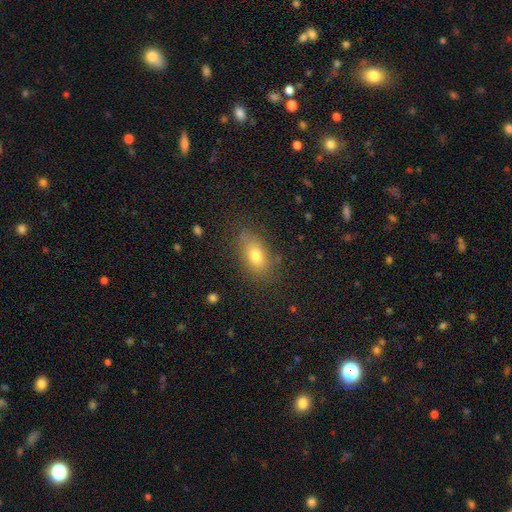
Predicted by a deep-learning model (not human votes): This appears to be a smooth galaxy with no disk features (76%) that is in between round and cigar-shaped (84%). Merging: none (77%).